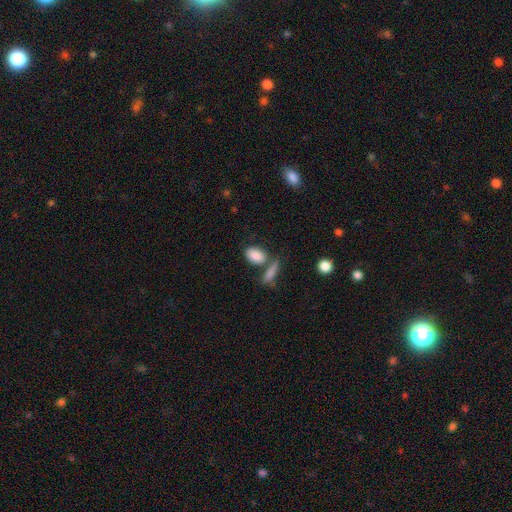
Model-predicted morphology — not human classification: Smooth or featured? smooth (86%)
How rounded? in between (89%)
Merging? none (54%)